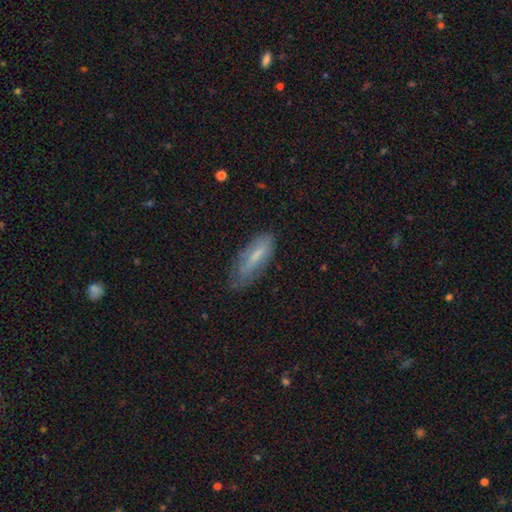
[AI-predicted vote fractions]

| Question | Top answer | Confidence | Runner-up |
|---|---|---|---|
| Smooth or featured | smooth | 64% | featured or disk (29%) |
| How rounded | in between | 53% | cigar-shaped (45%) |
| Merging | none | 66% | minor disturbance (26%) |